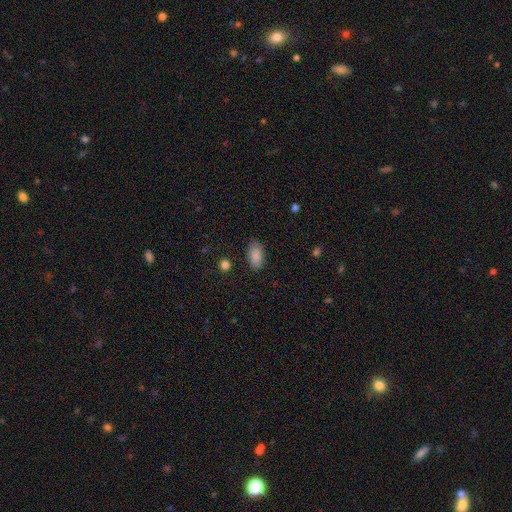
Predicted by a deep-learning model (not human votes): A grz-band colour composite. It shows a smooth galaxy with no disk features (88%) that is in between round and cigar-shaped (93%). Merging: none (83%).